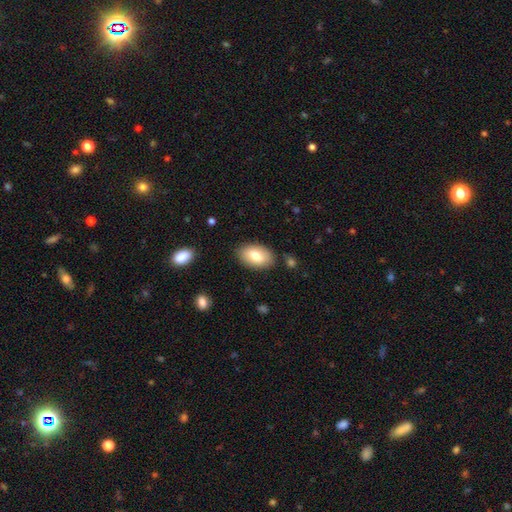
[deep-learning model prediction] A smooth galaxy with no disk features (78%) that is in between round and cigar-shaped (91%).

Vote fractions:
- Smooth or featured? smooth: 78% / featured or disk: 16% / star or artifact: 7%
- How rounded? in between: 91% / round: 7% / cigar-shaped: 1%
- Merging? none: 85% / minor disturbance: 11% / major disturbance: 3% / merger: 2%